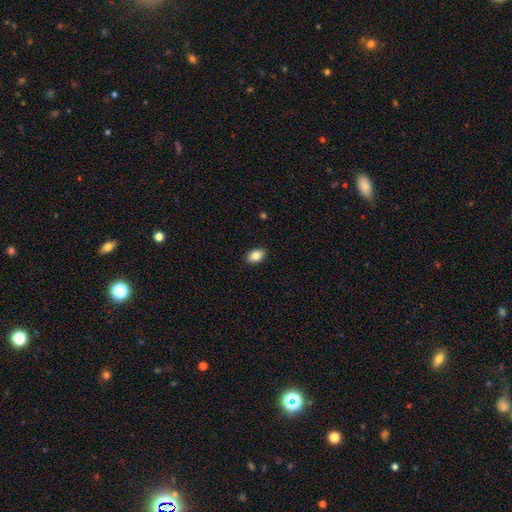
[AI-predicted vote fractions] smooth_or_featured: smooth (p=0.87) [alt: star or artifact p=0.08]
how_rounded: in between (p=0.86) [alt: round p=0.12]
merging: none (p=0.90) [alt: minor disturbance p=0.08]